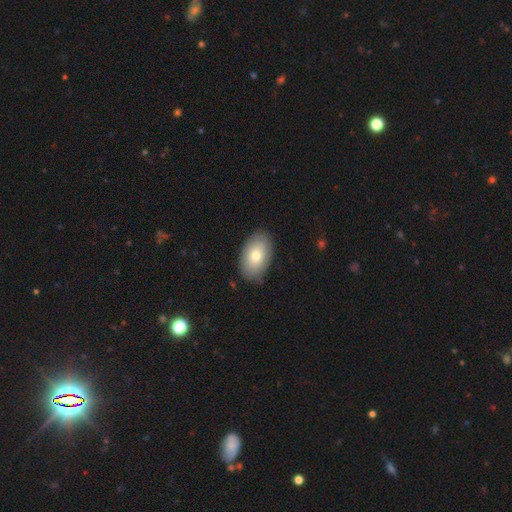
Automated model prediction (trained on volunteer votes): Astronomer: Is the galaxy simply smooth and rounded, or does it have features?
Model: smooth — 75%.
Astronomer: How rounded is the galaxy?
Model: in between — 92%.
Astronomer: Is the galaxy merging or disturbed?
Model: none — 84%.